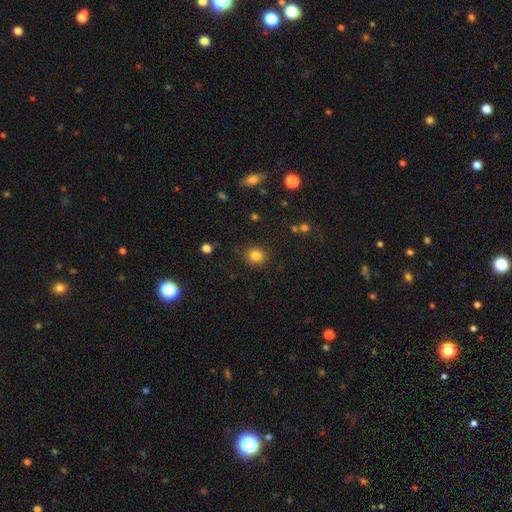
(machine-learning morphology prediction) Smooth or featured?
  - smooth: 83% *
  - star or artifact: 12%
  - featured or disk: 5%
How rounded?
  - round: 85% *
  - in between: 14%
  - cigar-shaped: 1%
Merging?
  - none: 87% *
  - minor disturbance: 9%
  - major disturbance: 3%
  - merger: 1%